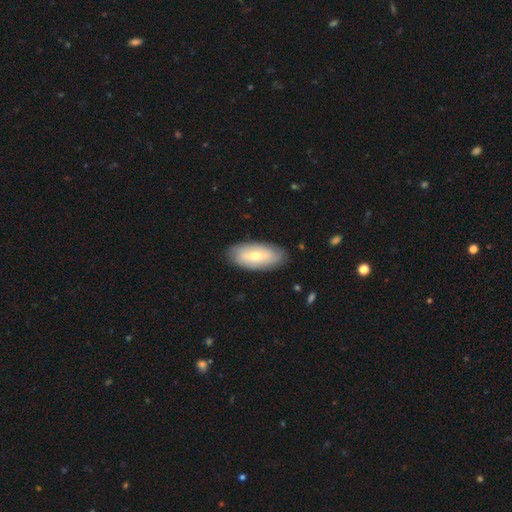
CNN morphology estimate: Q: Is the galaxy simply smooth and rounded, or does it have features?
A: featured or disk — 48%.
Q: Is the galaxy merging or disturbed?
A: none — 84%.